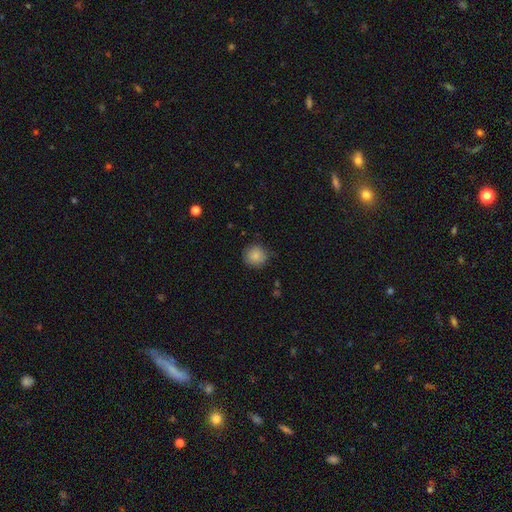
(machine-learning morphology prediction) Smooth or featured?
  - smooth: 87% *
  - star or artifact: 8%
  - featured or disk: 5%
How rounded?
  - round: 92% *
  - in between: 7%
  - cigar-shaped: 1%
Merging?
  - none: 83% *
  - minor disturbance: 13%
  - major disturbance: 3%
  - merger: 1%